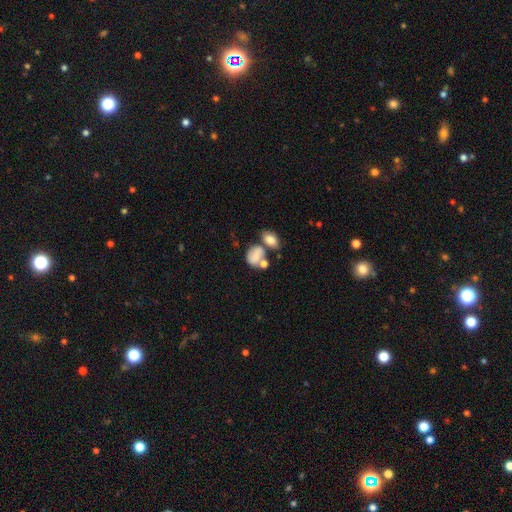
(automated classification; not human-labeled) Q: Smooth or featured?
A: smooth (72%); runner-up: featured or disk (18%)
Q: How rounded?
A: in between (68%); runner-up: round (30%)
Q: Merging?
A: merger (40%); runner-up: none (30%)